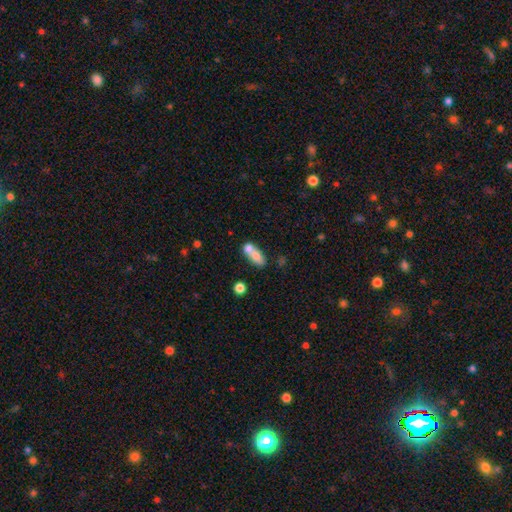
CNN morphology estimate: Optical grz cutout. It shows a smooth galaxy with no disk features (70%) that is in between round and cigar-shaped (70%). Merging: merger (55%).